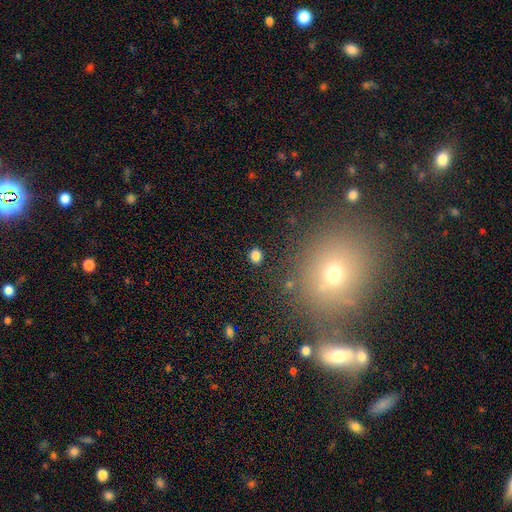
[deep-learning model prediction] Smooth or featured? smooth (81%)
How rounded? round (62%)
Merging? none (88%)